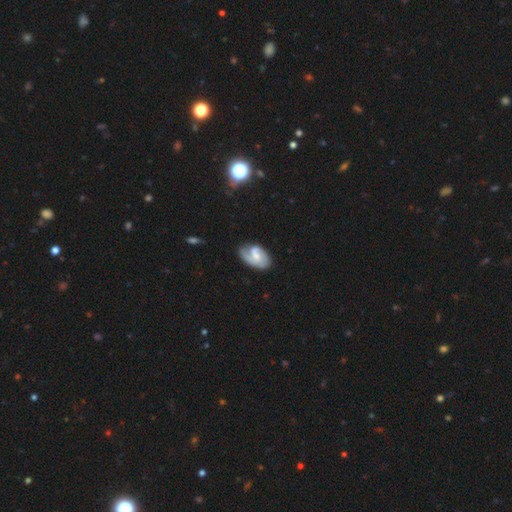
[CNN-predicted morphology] type=featured or disk (66%); edge-on=no (97%); bar=no (51%); spiral arms=yes (89%); winding=medium (42%); arm count=2 (46%); bulge=small (44%); merging=none (56%).